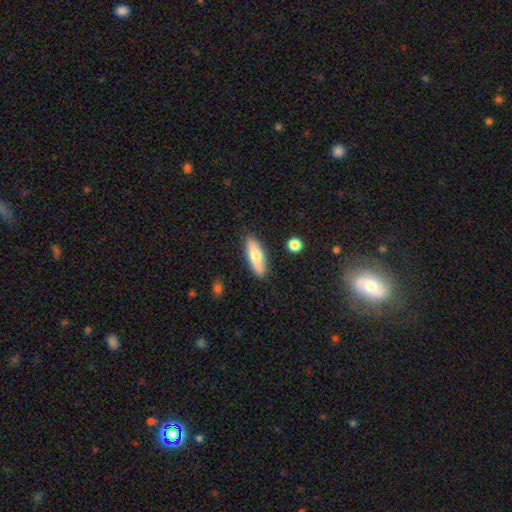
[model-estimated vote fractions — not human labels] smooth_or_featured: smooth (p=0.67) [alt: featured or disk p=0.27]
how_rounded: in between (p=0.61) [alt: cigar-shaped p=0.36]
merging: none (p=0.86) [alt: minor disturbance p=0.10]